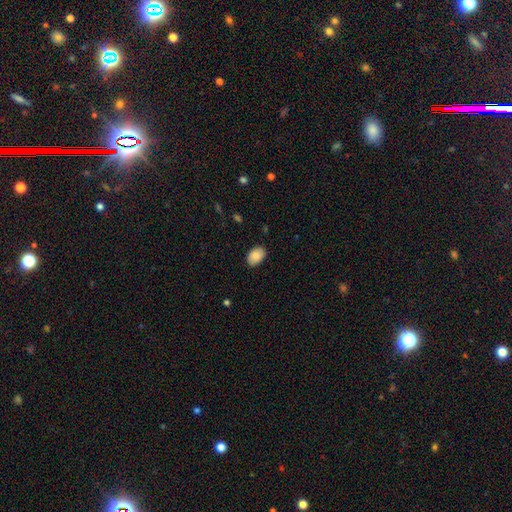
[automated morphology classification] Smooth or featured? Predicted: smooth (p=0.86). How rounded? Predicted: in between (p=0.88). Merging? Predicted: none (p=0.83).